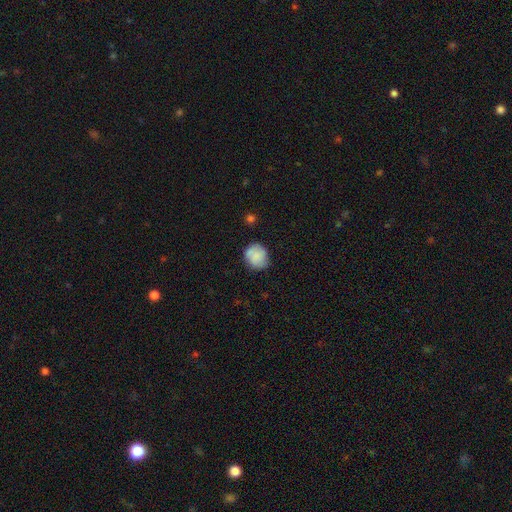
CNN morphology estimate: smooth 81%, featured or disk 12%, star or artifact 7%. Down the decision tree: how rounded — round (78%); merging — none (72%).